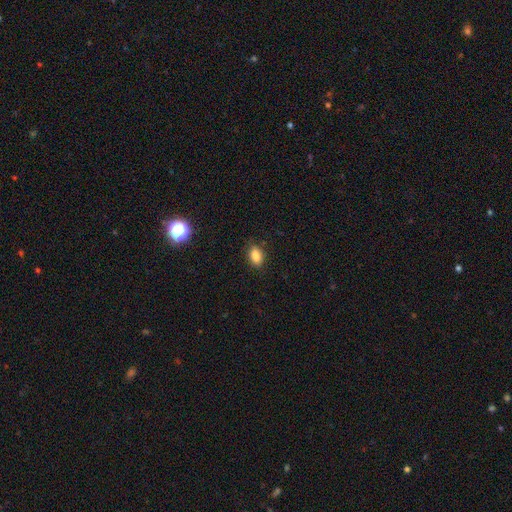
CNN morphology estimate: Smooth or featured? smooth (85%)
How rounded? in between (84%)
Merging? none (86%)